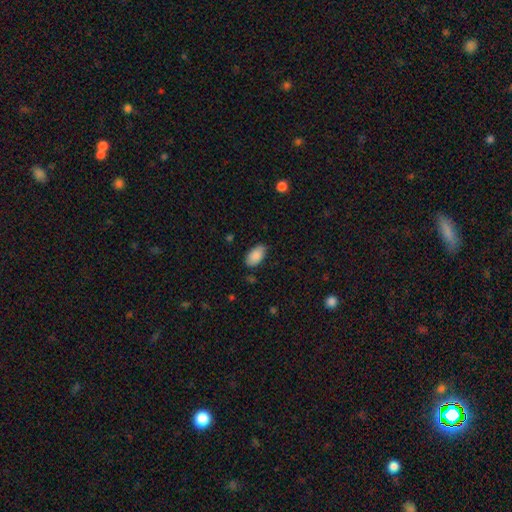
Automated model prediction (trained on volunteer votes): This appears to be a smooth galaxy with no disk features (88%) that is in between round and cigar-shaped (94%). Merging: none (77%).